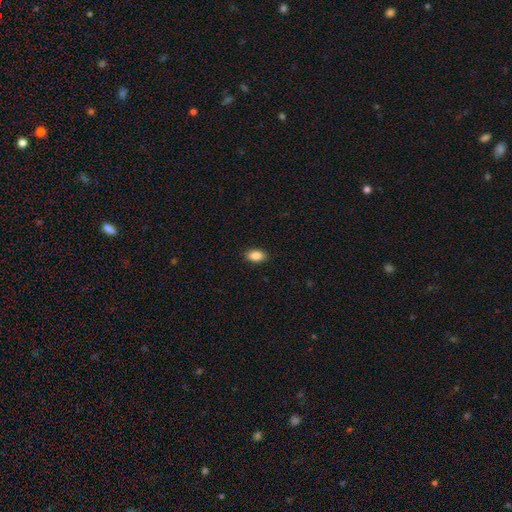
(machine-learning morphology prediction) A smooth galaxy with no disk features (88%) that is in between round and cigar-shaped (91%). Merging: none (89%).